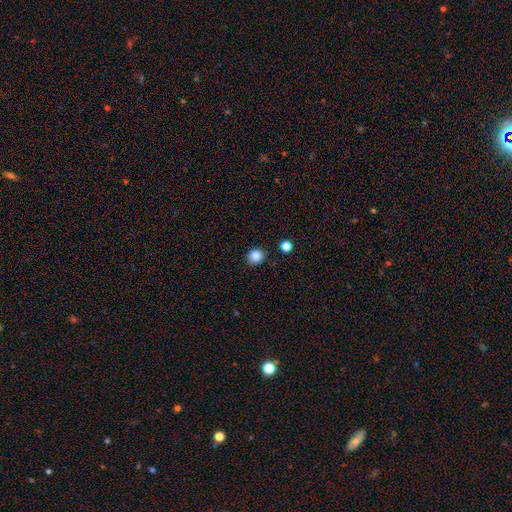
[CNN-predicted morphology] A smooth galaxy with no disk features (85%) that is round (87%).

Vote fractions:
- Smooth or featured? smooth: 85% / star or artifact: 11% / featured or disk: 4%
- How rounded? round: 87% / in between: 12% / cigar-shaped: 1%
- Merging? none: 87% / minor disturbance: 9% / merger: 2% / major disturbance: 2%